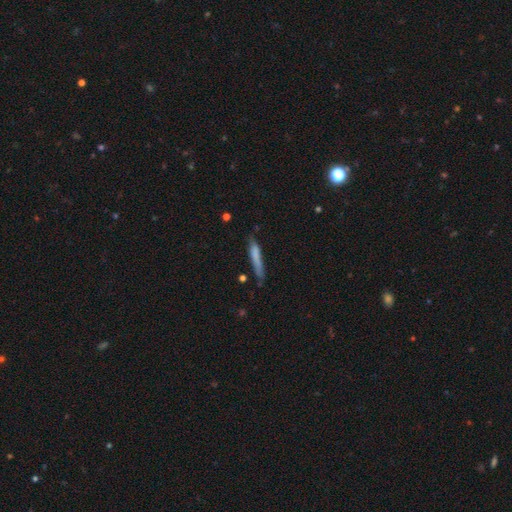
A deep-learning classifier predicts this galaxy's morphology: smooth 71%, featured or disk 22%, star or artifact 7%. Down the decision tree: how rounded — cigar-shaped (92%); merging — none (64%).